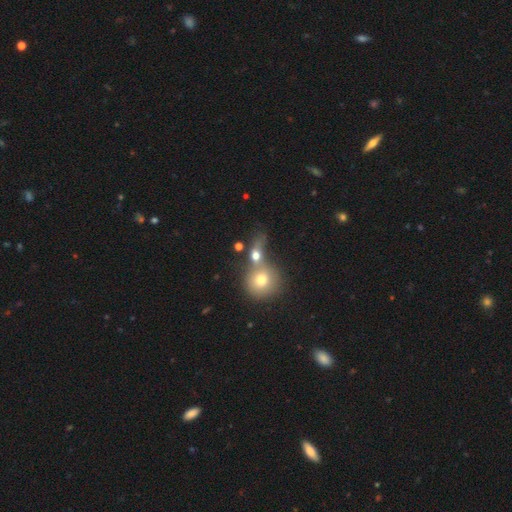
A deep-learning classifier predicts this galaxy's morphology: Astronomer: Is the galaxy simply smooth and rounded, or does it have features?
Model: smooth — 67%.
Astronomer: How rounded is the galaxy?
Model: round — 62%.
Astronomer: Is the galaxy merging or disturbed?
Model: merger — 57%.